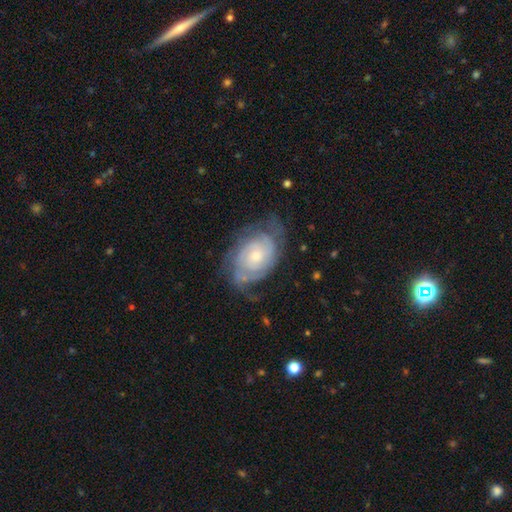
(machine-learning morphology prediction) Smooth or featured? Predicted: featured or disk (p=0.83). Edge-on disk? Predicted: no (p=0.97). Bar? Predicted: no (p=0.74). Spiral arms? Predicted: yes (p=0.93). Spiral winding? Predicted: tight (p=0.67). Spiral arm count? Predicted: 2 (p=0.39). Bulge size? Predicted: small (p=0.52). Merging? Predicted: none (p=0.64).